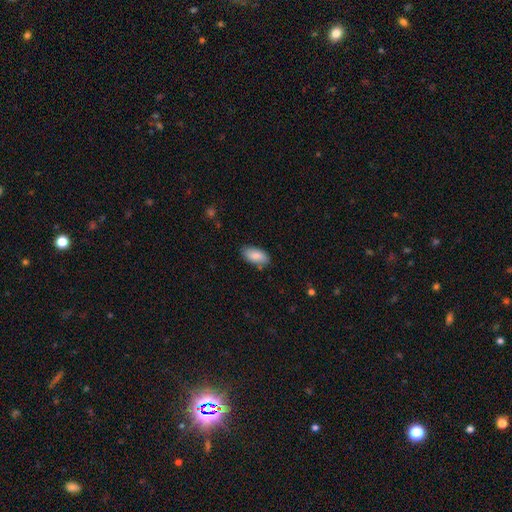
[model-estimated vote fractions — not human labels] Smooth or featured?
  - smooth: 87% *
  - featured or disk: 7%
  - star or artifact: 6%
How rounded?
  - in between: 93% *
  - cigar-shaped: 5%
  - round: 2%
Merging?
  - none: 80% *
  - minor disturbance: 15%
  - major disturbance: 3%
  - merger: 2%